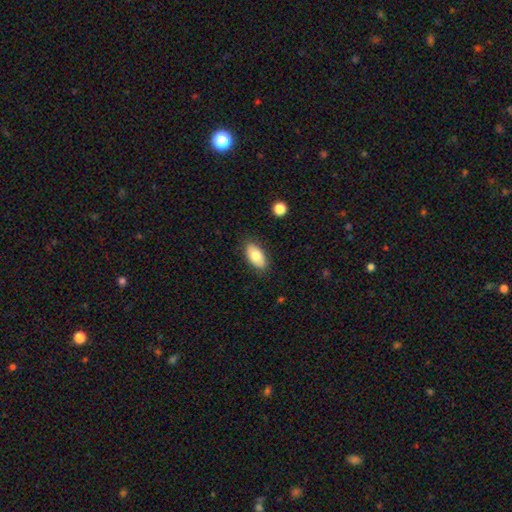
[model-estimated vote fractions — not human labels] Overall: smooth (77%). How rounded: in between (93%). Merging: none (84%).